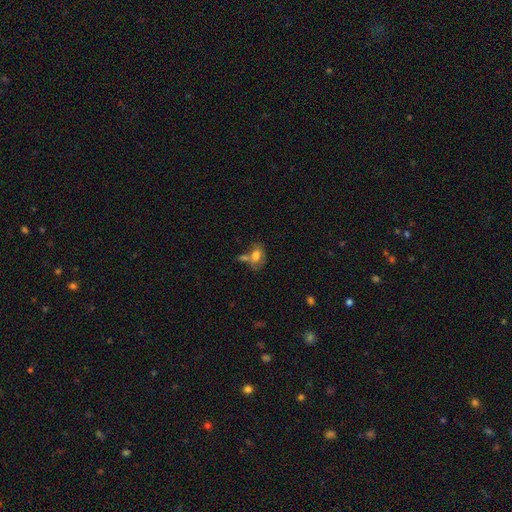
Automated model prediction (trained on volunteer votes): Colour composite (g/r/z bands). It shows a smooth galaxy with no disk features (74%) that is in between round and cigar-shaped (81%). Merging: none (42%).